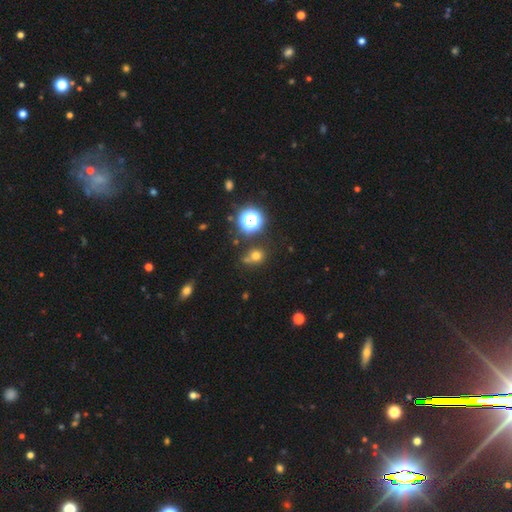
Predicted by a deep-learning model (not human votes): Morphology: type=smooth (66%); roundness=round (79%); merging=none (64%).